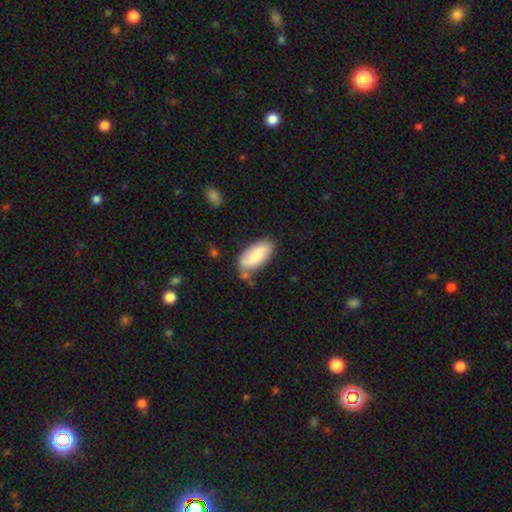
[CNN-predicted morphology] Smooth or featured? Predicted: smooth (p=0.68). How rounded? Predicted: in between (p=0.88). Merging? Predicted: none (p=0.70).